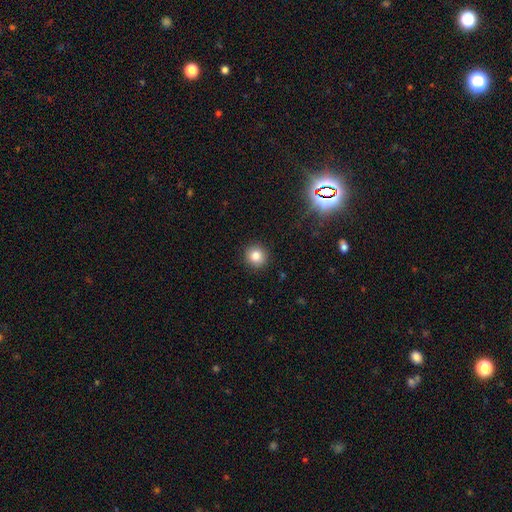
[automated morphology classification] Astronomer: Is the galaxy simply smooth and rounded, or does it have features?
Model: smooth — 82%.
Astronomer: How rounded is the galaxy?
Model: round — 92%.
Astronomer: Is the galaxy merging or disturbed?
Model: none — 91%.